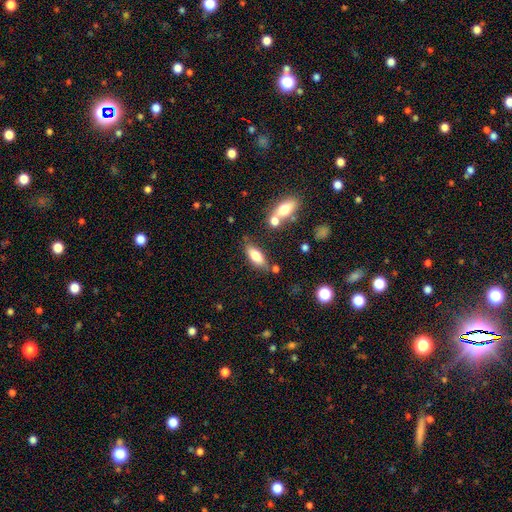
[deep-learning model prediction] Smooth or featured? Predicted: smooth (p=0.76). How rounded? Predicted: in between (p=0.75). Merging? Predicted: none (p=0.69).